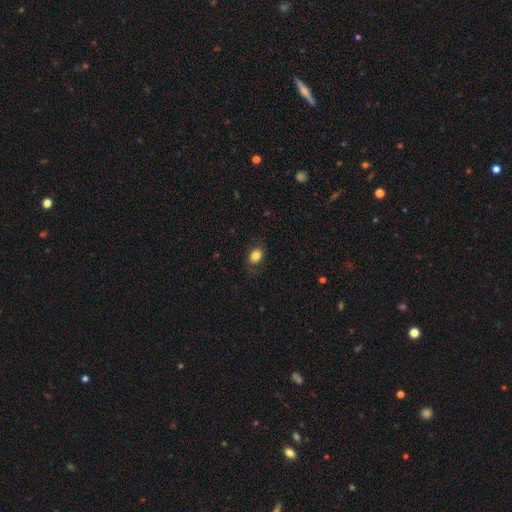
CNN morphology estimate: Q: Smooth or featured?
A: smooth (83%); runner-up: star or artifact (9%)
Q: How rounded?
A: in between (69%); runner-up: round (30%)
Q: Merging?
A: none (81%); runner-up: minor disturbance (14%)